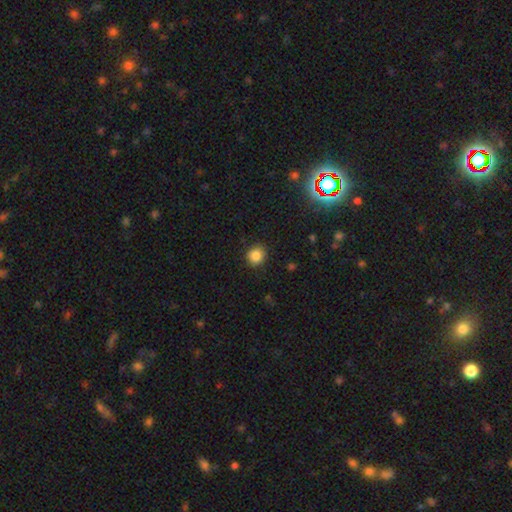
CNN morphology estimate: Q: Smooth or featured?
A: smooth (86%); runner-up: star or artifact (10%)
Q: How rounded?
A: round (85%); runner-up: in between (14%)
Q: Merging?
A: none (87%); runner-up: minor disturbance (9%)